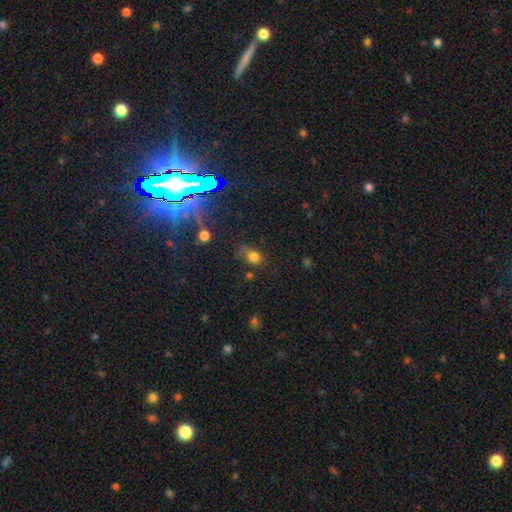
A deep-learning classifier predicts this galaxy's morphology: This is possibly a smooth galaxy (47%). Merging: likely none (68%).